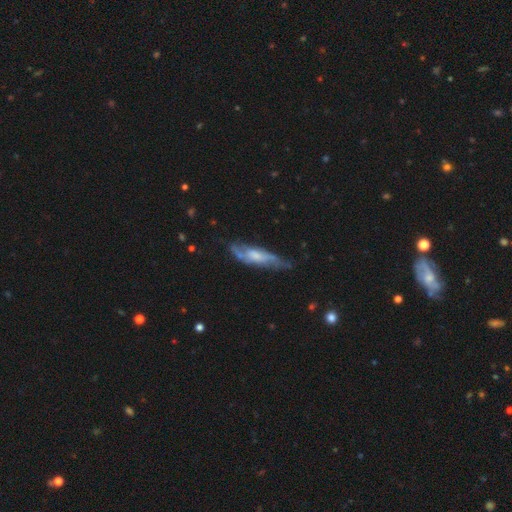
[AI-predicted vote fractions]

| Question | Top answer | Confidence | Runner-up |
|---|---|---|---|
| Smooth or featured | featured or disk | 61% | smooth (32%) |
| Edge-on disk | no | 60% | yes (40%) |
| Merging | none | 55% | minor disturbance (28%) |